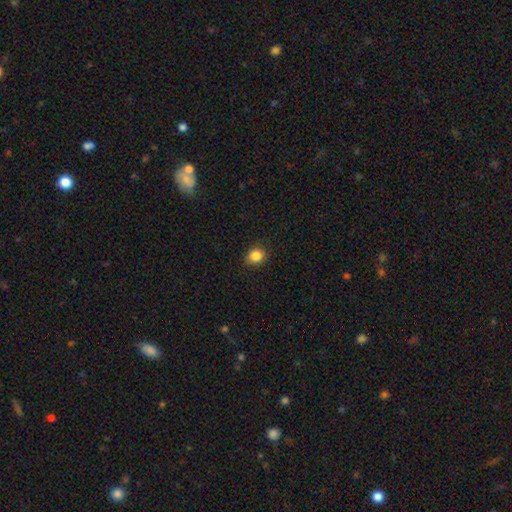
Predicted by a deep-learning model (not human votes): smooth-or-featured: smooth: 85% | star or artifact: 10% | featured or disk: 5%
  how-rounded: round: 66% | in between: 33% | cigar-shaped: 1%
  merging: none: 86% | minor disturbance: 11% | major disturbance: 3% | merger: 1%